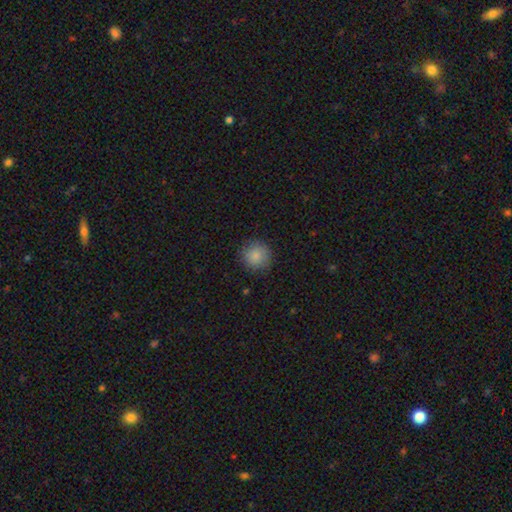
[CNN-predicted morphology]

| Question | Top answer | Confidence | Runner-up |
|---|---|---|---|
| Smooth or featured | smooth | 85% | star or artifact (9%) |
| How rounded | round | 94% | in between (5%) |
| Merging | none | 88% | minor disturbance (9%) |